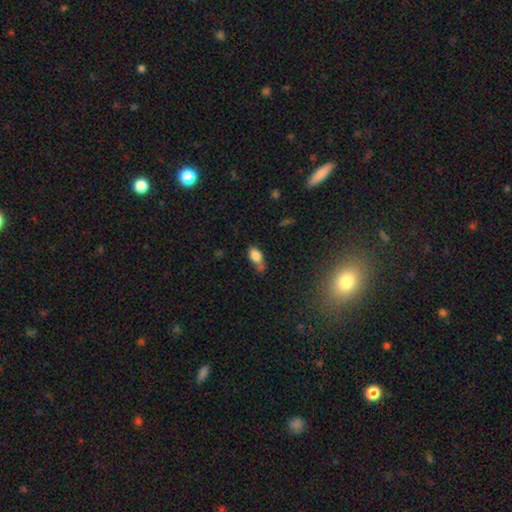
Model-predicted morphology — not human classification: Q: Smooth or featured?
A: smooth (81%); runner-up: featured or disk (10%)
Q: How rounded?
A: in between (87%); runner-up: round (8%)
Q: Merging?
A: none (41%); runner-up: minor disturbance (33%)